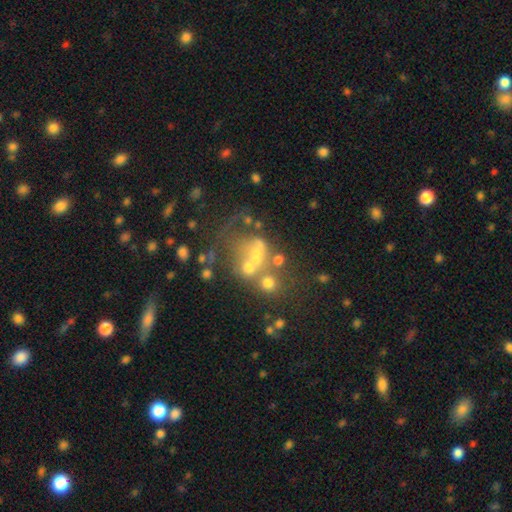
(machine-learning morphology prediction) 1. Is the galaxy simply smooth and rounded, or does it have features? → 44% featured or disk, 30% smooth, 26% star or artifact.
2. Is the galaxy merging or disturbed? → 34% merger, 29% none, 24% major disturbance, 13% minor disturbance.